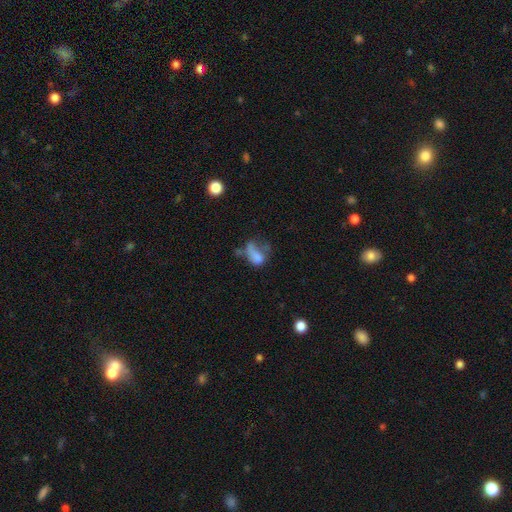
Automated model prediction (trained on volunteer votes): smooth 61%, featured or disk 26%, star or artifact 13%. Down the decision tree: how rounded — in between (81%); merging — major disturbance (43%).